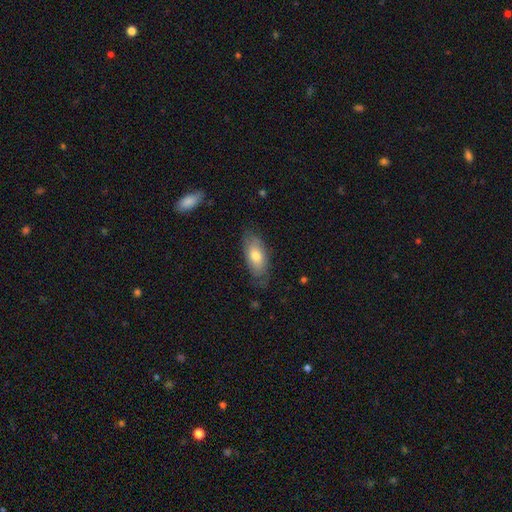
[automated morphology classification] smooth_or_featured: smooth (p=0.71) [alt: featured or disk p=0.23]
how_rounded: in between (p=0.86) [alt: cigar-shaped p=0.11]
merging: none (p=0.73) [alt: minor disturbance p=0.21]